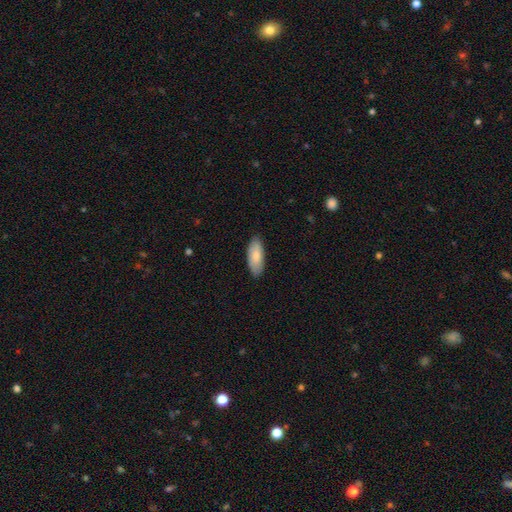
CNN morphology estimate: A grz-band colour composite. It shows a smooth galaxy with no disk features (79%) that is in between round and cigar-shaped (83%). Merging: none (86%).